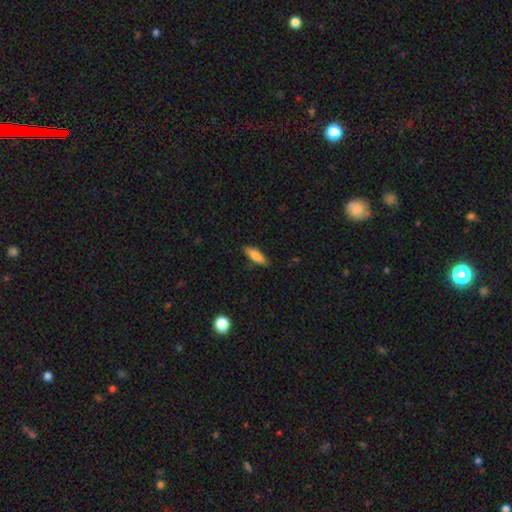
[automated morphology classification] smooth-or-featured: smooth: 83% | featured or disk: 11% | star or artifact: 6%
  how-rounded: in between: 55% | cigar-shaped: 43% | round: 2%
  merging: none: 85% | minor disturbance: 11% | major disturbance: 2% | merger: 1%